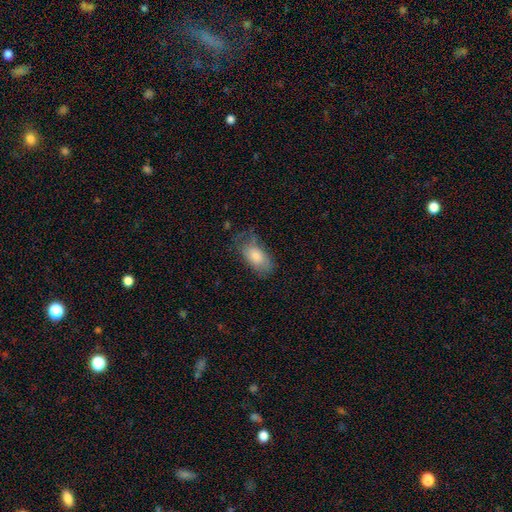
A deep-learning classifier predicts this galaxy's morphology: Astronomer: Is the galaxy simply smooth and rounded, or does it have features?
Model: smooth — 71%.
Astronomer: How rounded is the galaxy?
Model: in between — 91%.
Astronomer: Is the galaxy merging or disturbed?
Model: none — 50% (runner-up: minor disturbance, 32%).